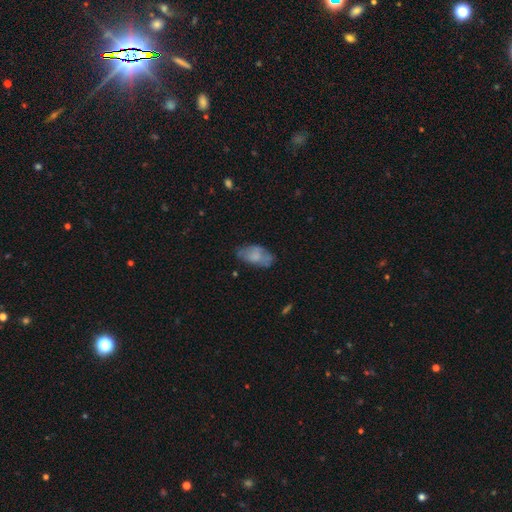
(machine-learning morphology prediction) smooth_or_featured: smooth (p=0.64) [alt: featured or disk p=0.28]
how_rounded: in between (p=0.93) [alt: round p=0.04]
merging: none (p=0.57) [alt: minor disturbance p=0.29]